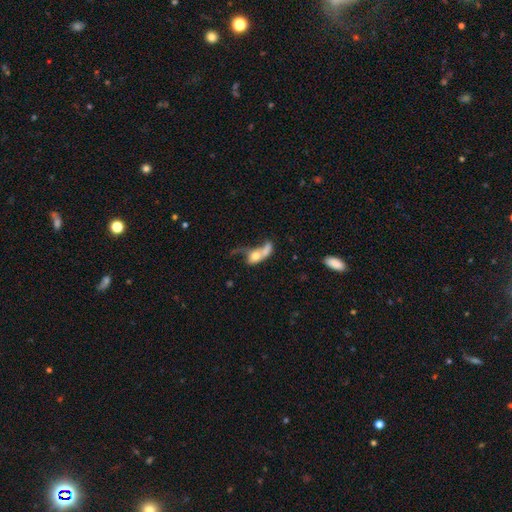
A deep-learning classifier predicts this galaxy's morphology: Smooth or featured: smooth — 51% (featured or disk — 39%)
How rounded: in between — 62% (round — 25%)
Merging: merger — 51% (major disturbance — 25%)